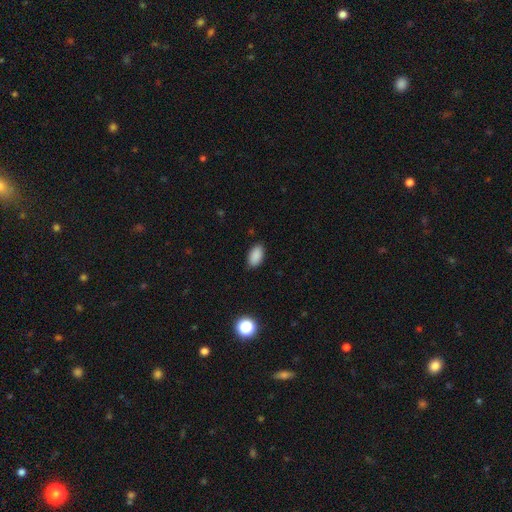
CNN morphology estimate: Smooth or featured? Predicted: smooth (p=0.89). How rounded? Predicted: in between (p=0.93). Merging? Predicted: none (p=0.86).